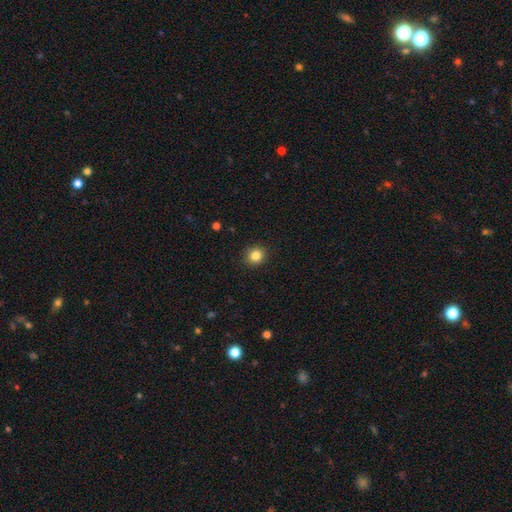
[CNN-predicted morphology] A smooth galaxy with no disk features (84%) that is round (84%). Merging: none (91%).